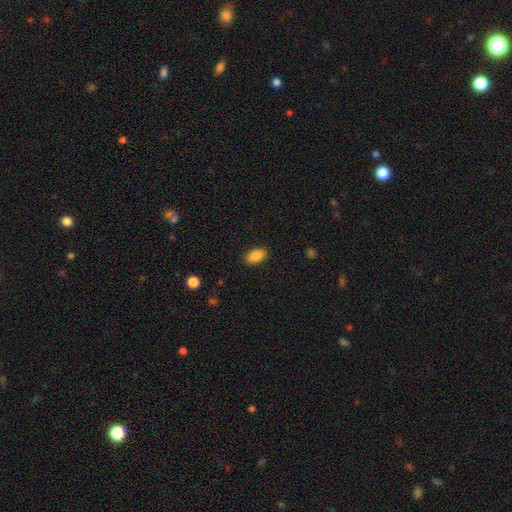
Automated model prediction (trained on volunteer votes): Smooth or featured: smooth — 87% (star or artifact — 8%)
How rounded: in between — 91% (round — 5%)
Merging: none — 87% (minor disturbance — 10%)